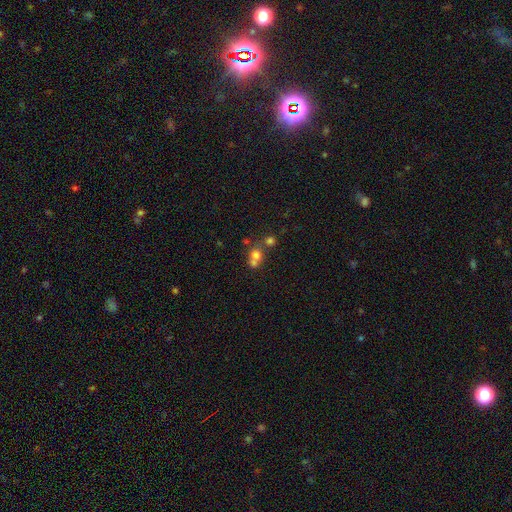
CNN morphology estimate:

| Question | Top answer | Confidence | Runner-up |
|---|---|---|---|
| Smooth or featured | smooth | 69% | featured or disk (16%) |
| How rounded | round | 77% | in between (22%) |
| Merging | merger | 54% | none (35%) |